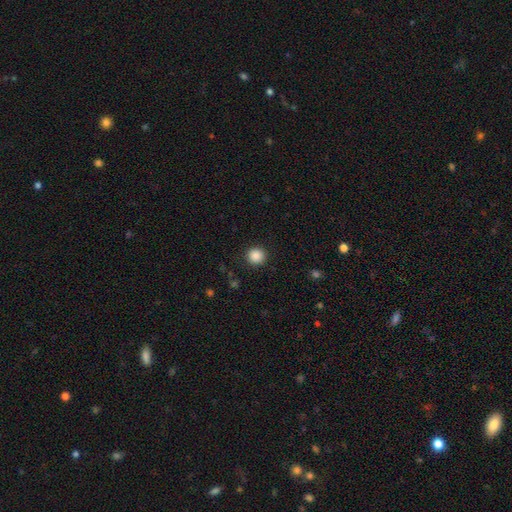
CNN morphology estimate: This appears to be a smooth galaxy with no disk features (87%) that is round (93%). Merging: none (91%).